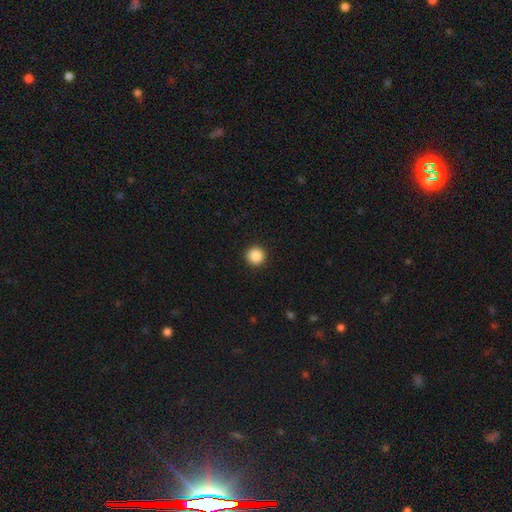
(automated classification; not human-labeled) smooth-or-featured: smooth: 89% | star or artifact: 9% | featured or disk: 3%
  how-rounded: round: 96% | in between: 3% | cigar-shaped: 1%
  merging: none: 93% | minor disturbance: 4% | major disturbance: 2% | merger: 1%